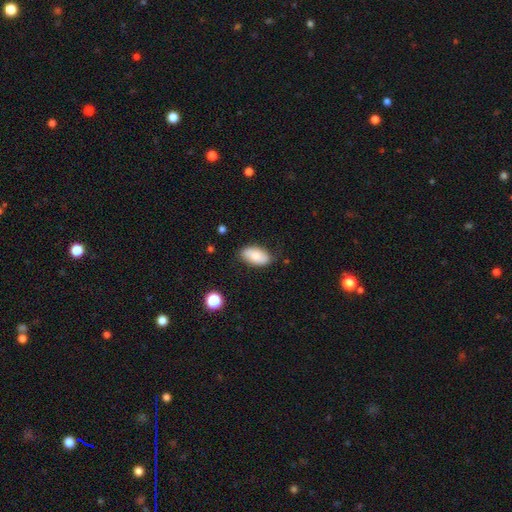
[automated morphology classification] Overall: smooth (75%). How rounded: in between (93%). Merging: none (77%).